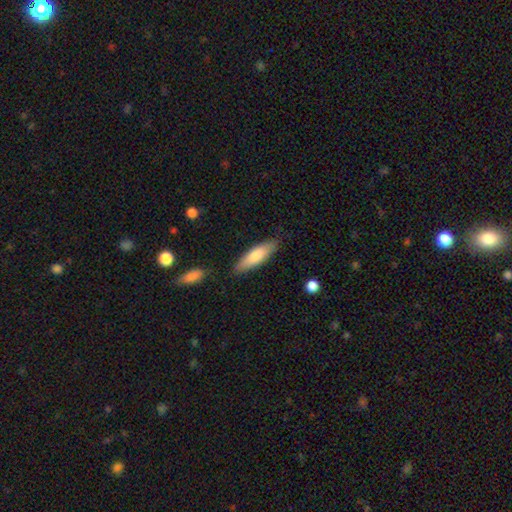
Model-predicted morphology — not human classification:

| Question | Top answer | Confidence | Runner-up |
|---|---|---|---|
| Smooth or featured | smooth | 79% | featured or disk (16%) |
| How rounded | cigar-shaped | 55% | in between (43%) |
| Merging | none | 84% | minor disturbance (12%) |